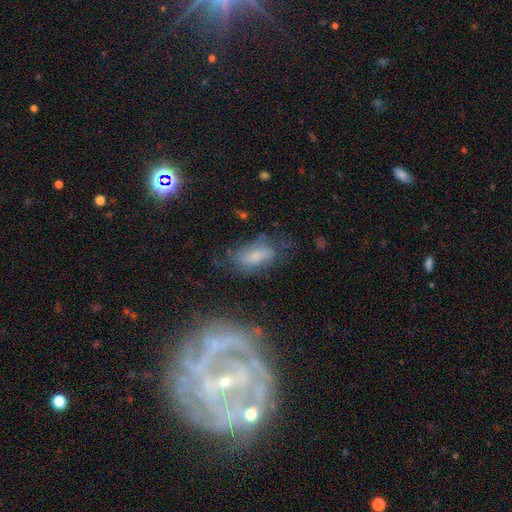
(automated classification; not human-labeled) The model was most divided on "smooth or featured": smooth: 57%, featured or disk: 32%, star or artifact: 11%. More confident: how rounded — in between (87%); merging — none (55%).